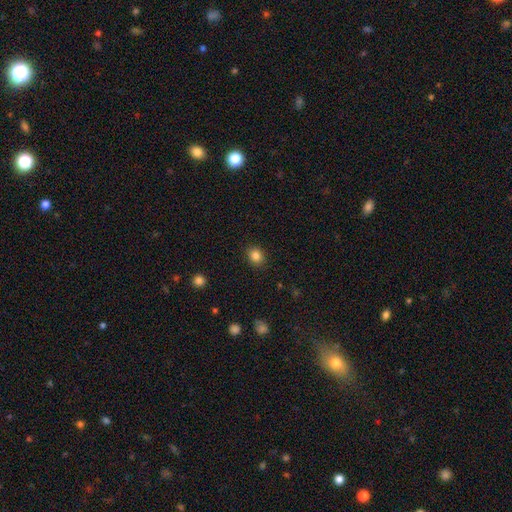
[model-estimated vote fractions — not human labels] This appears to be a smooth galaxy with no disk features (85%) that is round (68%). Merging: none (90%).